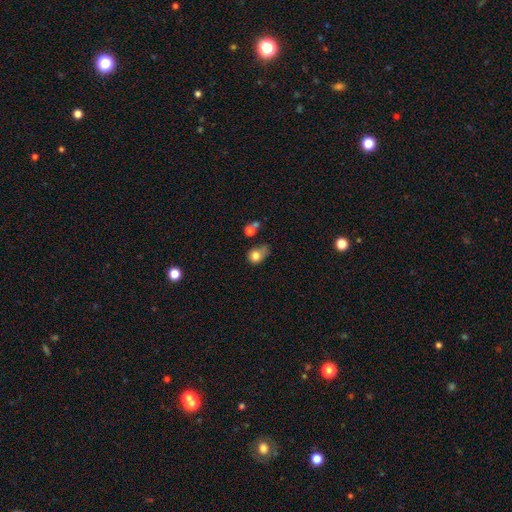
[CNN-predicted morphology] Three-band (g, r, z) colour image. It shows a smooth galaxy with no disk features (75%) that is round (53%). Merging: minor disturbance (31%).